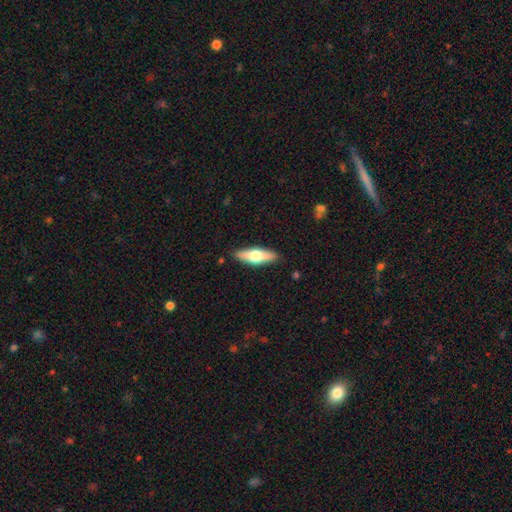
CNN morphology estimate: Q: Smooth or featured?
A: smooth (50%); runner-up: featured or disk (45%)
Q: Merging?
A: none (88%); runner-up: minor disturbance (9%)